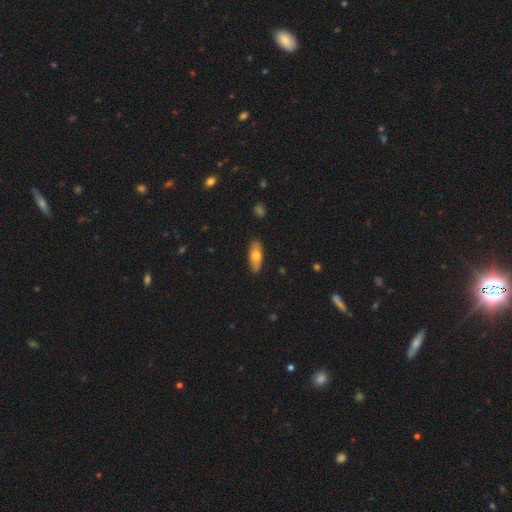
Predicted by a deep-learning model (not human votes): This is likely a smooth galaxy (68%). How rounded: likely in between (69%). Merging: clearly none (88%).